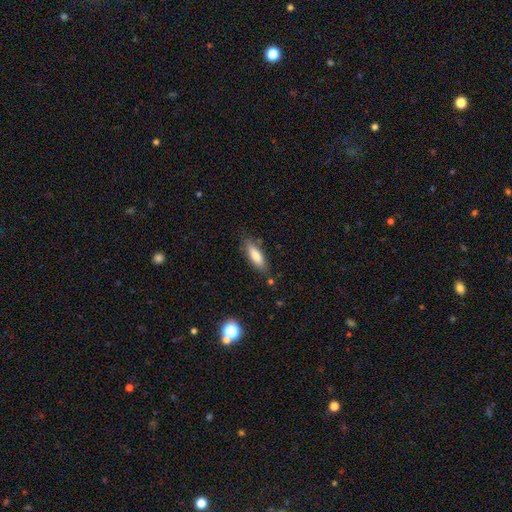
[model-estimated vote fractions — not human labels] Smooth or featured? Predicted: smooth (p=0.79). How rounded? Predicted: in between (p=0.53). Merging? Predicted: none (p=0.80).